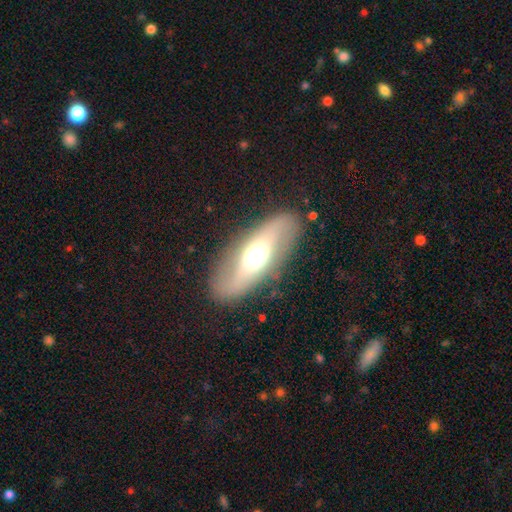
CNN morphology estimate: Smooth or featured? featured or disk (57%)
Edge-on disk? no (74%)
Merging? none (82%)